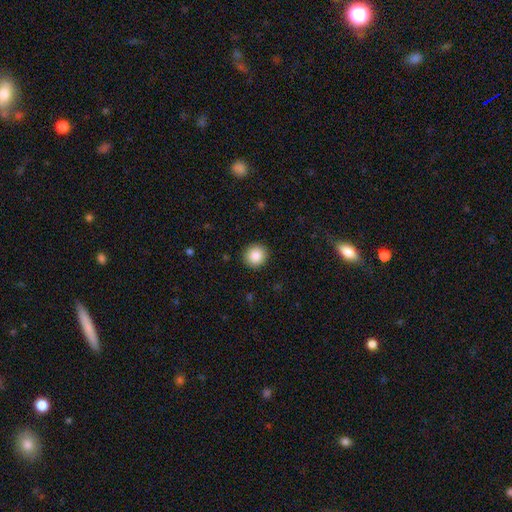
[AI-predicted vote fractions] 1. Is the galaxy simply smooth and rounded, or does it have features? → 87% smooth, 9% star or artifact, 4% featured or disk.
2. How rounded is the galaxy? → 91% round, 8% in between, 1% cigar-shaped.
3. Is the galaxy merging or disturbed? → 91% none, 6% minor disturbance, 2% major disturbance, 1% merger.